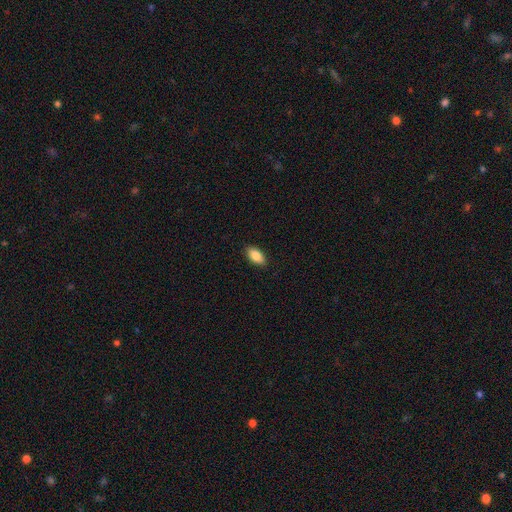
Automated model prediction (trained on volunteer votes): Smooth or featured: smooth — 87% (star or artifact — 7%)
How rounded: in between — 91% (cigar-shaped — 6%)
Merging: none — 89% (minor disturbance — 8%)